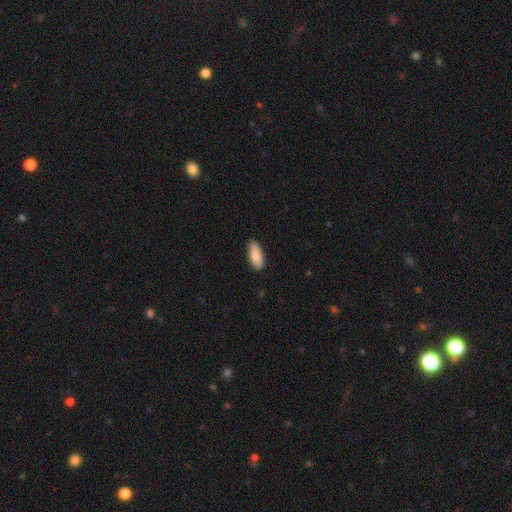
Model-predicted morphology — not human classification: smooth-or-featured: smooth: 88% | featured or disk: 7% | star or artifact: 6%
  how-rounded: in between: 81% | cigar-shaped: 17% | round: 2%
  merging: none: 87% | minor disturbance: 10% | major disturbance: 2% | merger: 1%